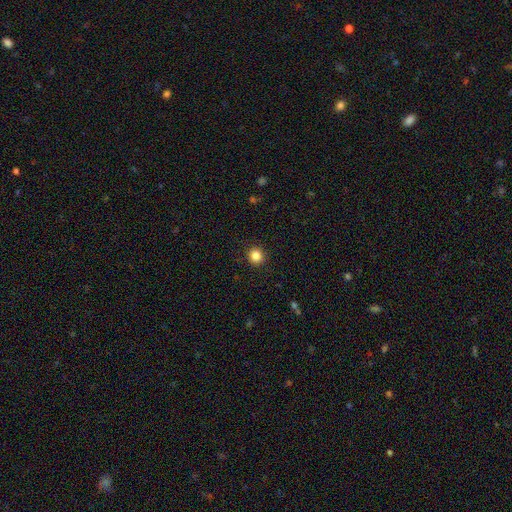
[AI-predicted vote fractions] A smooth galaxy with no disk features (85%) that is round (92%). Merging: none (92%).